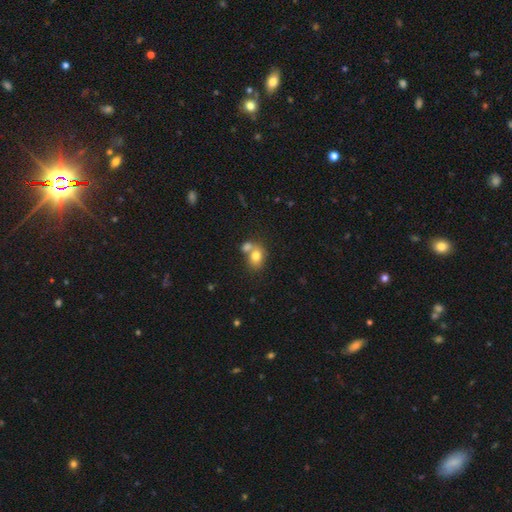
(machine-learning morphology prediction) Overall: smooth (77%). How rounded: in between (55%; round 44%). Merging: merger (49%; none 37%).